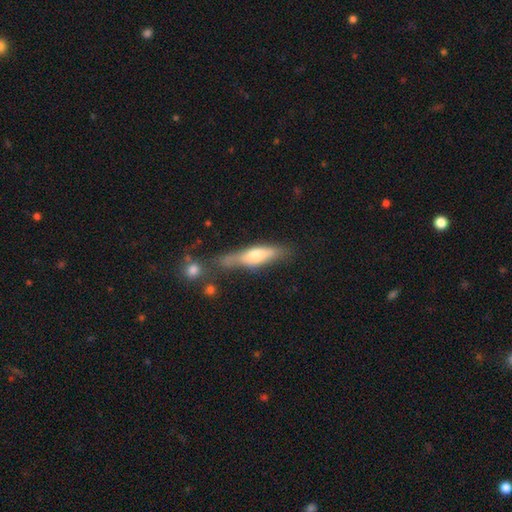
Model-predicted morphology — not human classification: Smooth or featured: smooth — 49% (featured or disk — 44%)
Merging: none — 56% (minor disturbance — 23%)